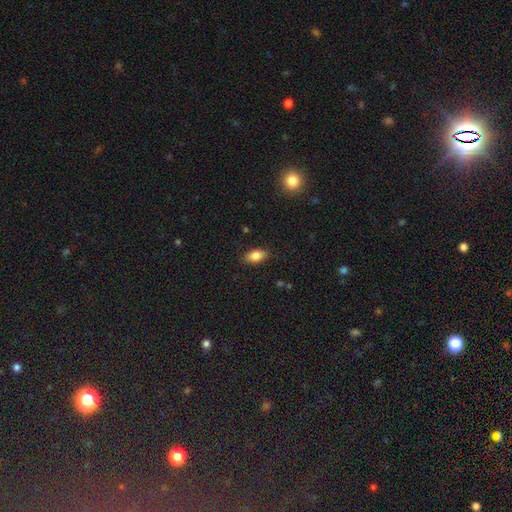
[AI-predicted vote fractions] Smooth or featured? Predicted: smooth (p=0.84). How rounded? Predicted: in between (p=0.90). Merging? Predicted: none (p=0.86).